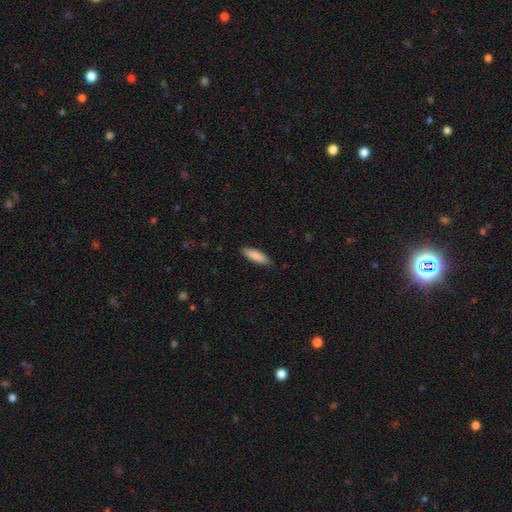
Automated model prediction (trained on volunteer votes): This appears to be a smooth galaxy with no disk features (88%) that is cigar-shaped (53%). Merging: none (86%).